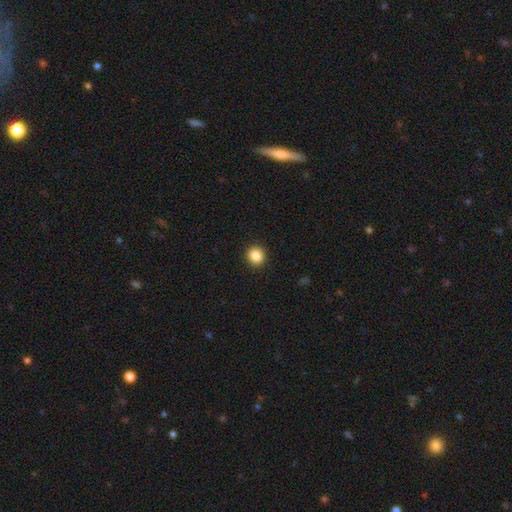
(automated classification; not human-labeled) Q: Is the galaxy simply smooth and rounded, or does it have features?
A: smooth — 87%.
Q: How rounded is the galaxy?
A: round — 83%.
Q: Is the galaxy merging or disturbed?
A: none — 92%.